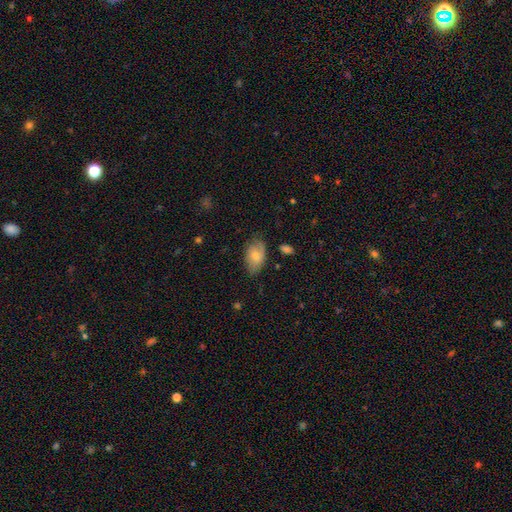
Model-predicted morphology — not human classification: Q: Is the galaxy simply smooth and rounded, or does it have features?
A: smooth — 66%.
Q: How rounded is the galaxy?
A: in between — 91%.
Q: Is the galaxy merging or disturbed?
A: none — 64%.